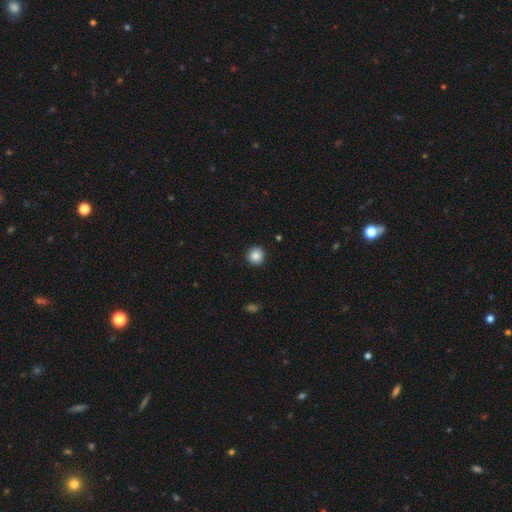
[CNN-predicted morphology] This appears to be a smooth galaxy with no disk features (87%) that is round (94%). Merging: none (92%).